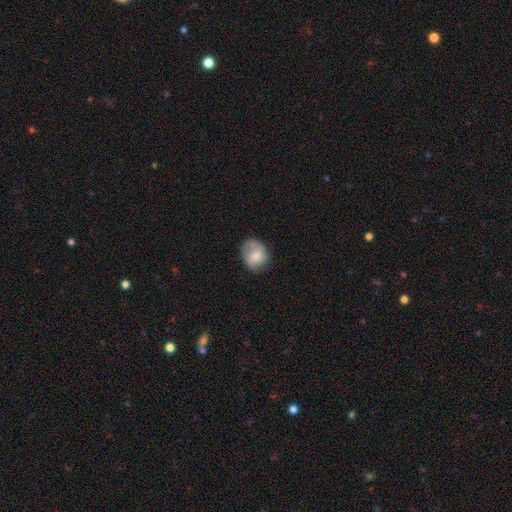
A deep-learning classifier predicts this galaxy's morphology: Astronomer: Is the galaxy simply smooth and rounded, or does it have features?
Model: smooth — 70%.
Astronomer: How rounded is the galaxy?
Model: round — 55% (runner-up: in between, 44%).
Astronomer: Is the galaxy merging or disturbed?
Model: none — 61%.